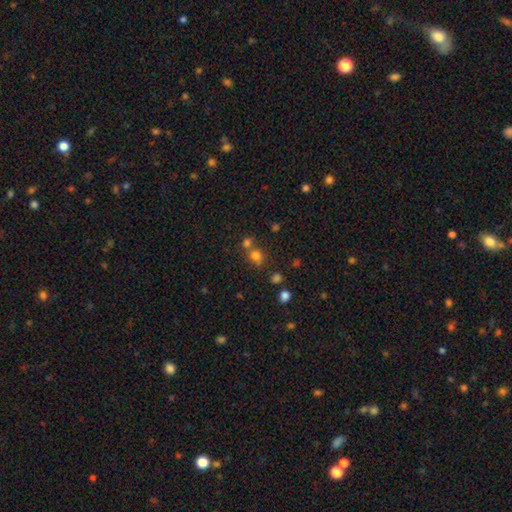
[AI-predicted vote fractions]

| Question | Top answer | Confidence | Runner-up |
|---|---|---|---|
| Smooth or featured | smooth | 73% | star or artifact (19%) |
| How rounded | round | 83% | in between (16%) |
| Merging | none | 55% | merger (33%) |